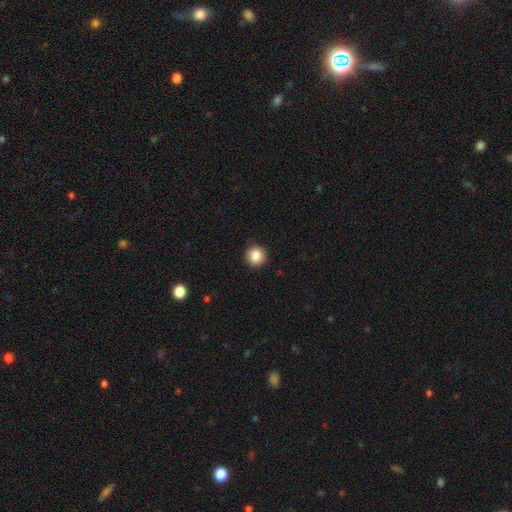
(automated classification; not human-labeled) A smooth galaxy with no disk features (86%) that is round (92%). Merging: none (90%).